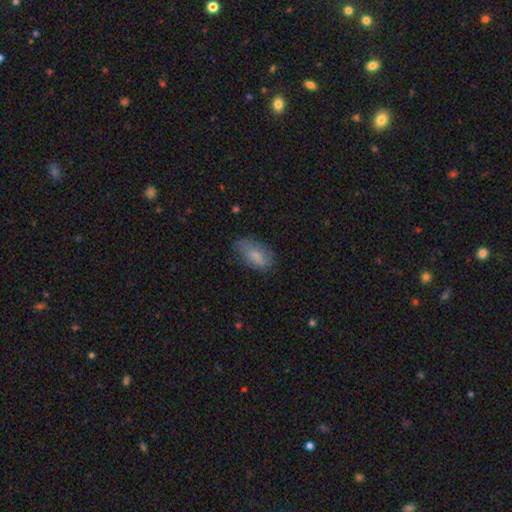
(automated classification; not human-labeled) Smooth or featured?
  - smooth: 77% *
  - featured or disk: 16%
  - star or artifact: 7%
How rounded?
  - in between: 90% *
  - cigar-shaped: 6%
  - round: 4%
Merging?
  - none: 64% *
  - minor disturbance: 27%
  - major disturbance: 8%
  - merger: 2%